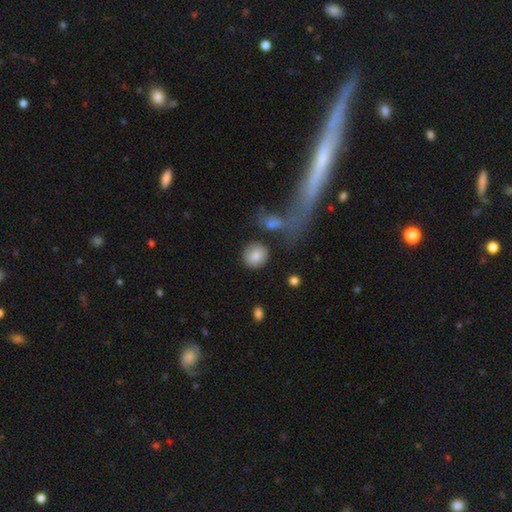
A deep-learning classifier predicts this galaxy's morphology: This appears to be a smooth galaxy with no disk features (82%) that is round (91%). Merging: none (83%).